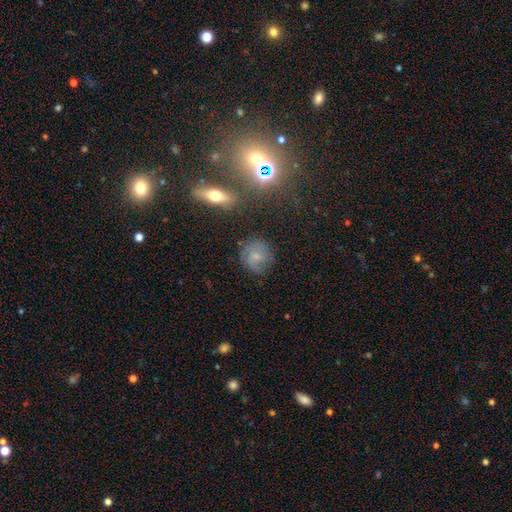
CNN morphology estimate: Smooth or featured? smooth (48%)
Merging? none (68%)